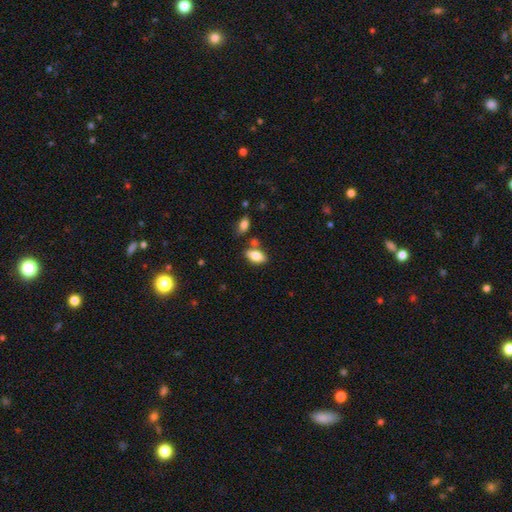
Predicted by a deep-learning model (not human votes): Smooth or featured? smooth (77%)
How rounded? in between (88%)
Merging? none (72%)